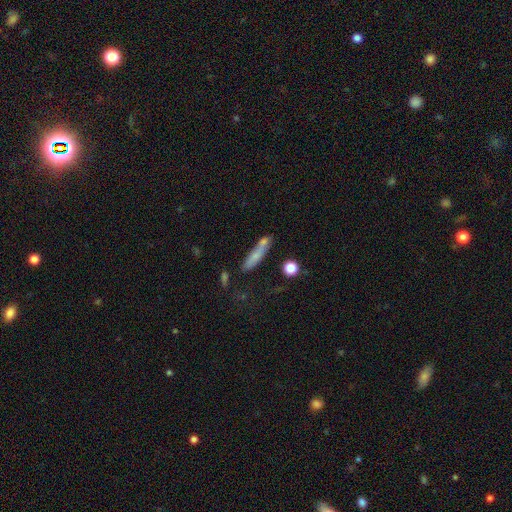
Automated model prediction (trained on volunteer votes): A smooth galaxy with no disk features (65%) that is cigar-shaped (81%). Merging: none (54%).